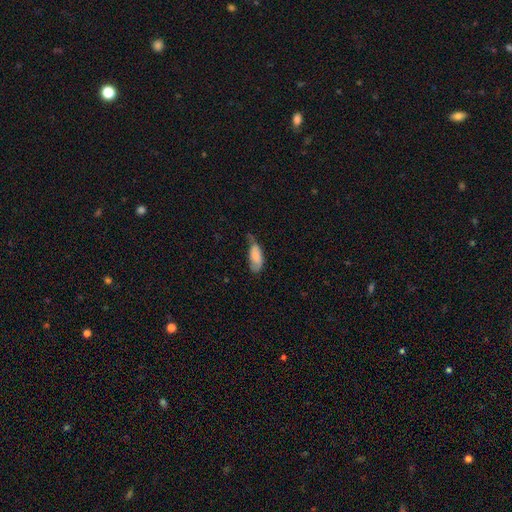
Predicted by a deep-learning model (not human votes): Morphology: type=smooth (79%); roundness=in between (86%); merging=minor disturbance (45%).